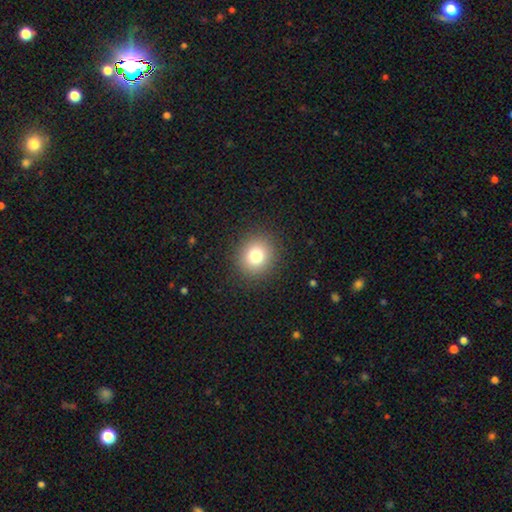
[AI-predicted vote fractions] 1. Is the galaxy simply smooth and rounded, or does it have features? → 78% smooth, 13% star or artifact, 9% featured or disk.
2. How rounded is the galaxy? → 84% round, 15% in between, 1% cigar-shaped.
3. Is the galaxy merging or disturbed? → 91% none, 6% minor disturbance, 3% major disturbance, 1% merger.